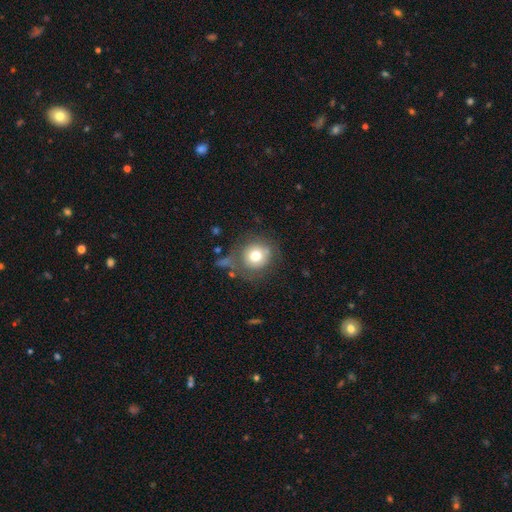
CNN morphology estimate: This appears to be a smooth galaxy with no disk features (74%) that is round (90%). Merging: none (68%).